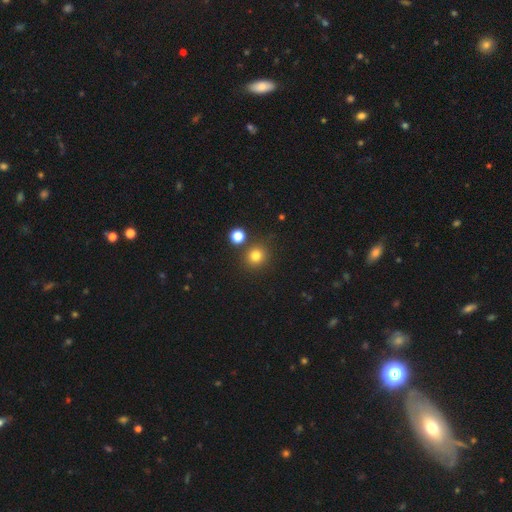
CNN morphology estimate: Q: Smooth or featured?
A: smooth (79%); runner-up: star or artifact (15%)
Q: How rounded?
A: round (89%); runner-up: in between (10%)
Q: Merging?
A: none (80%); runner-up: merger (9%)